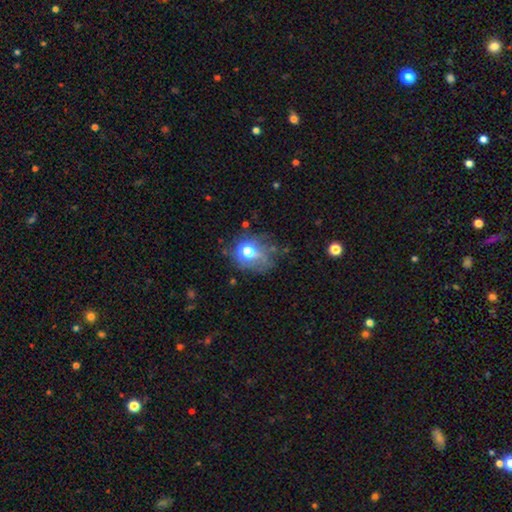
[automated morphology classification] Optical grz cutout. It shows a smooth galaxy with no disk features (48%). Merging: none (50%).